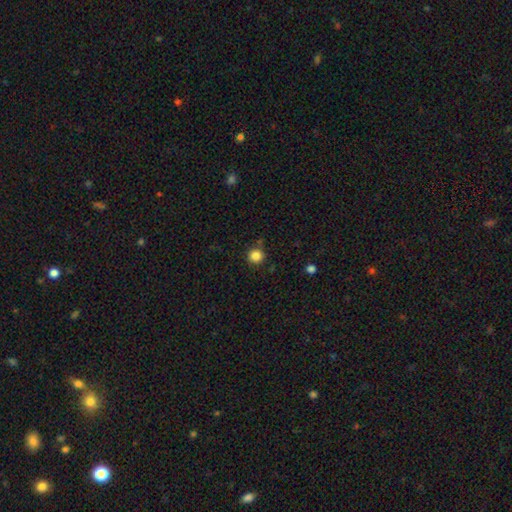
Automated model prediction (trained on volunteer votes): smooth-or-featured: smooth: 85% | star or artifact: 11% | featured or disk: 4%
  how-rounded: round: 94% | in between: 5% | cigar-shaped: 1%
  merging: none: 85% | minor disturbance: 8% | merger: 4% | major disturbance: 2%